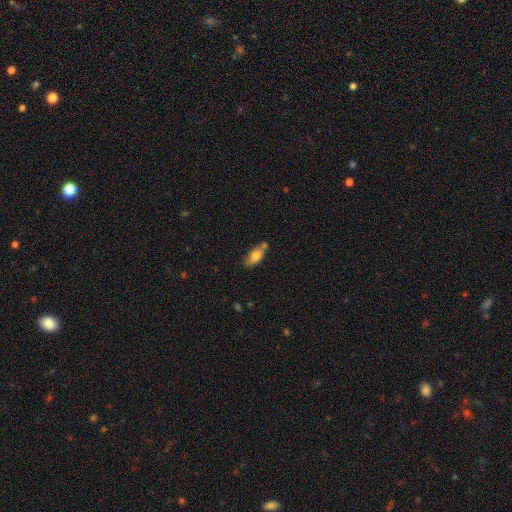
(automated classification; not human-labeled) Smooth or featured: smooth — 72% (featured or disk — 21%)
How rounded: in between — 84% (cigar-shaped — 12%)
Merging: none — 60% (minor disturbance — 20%)